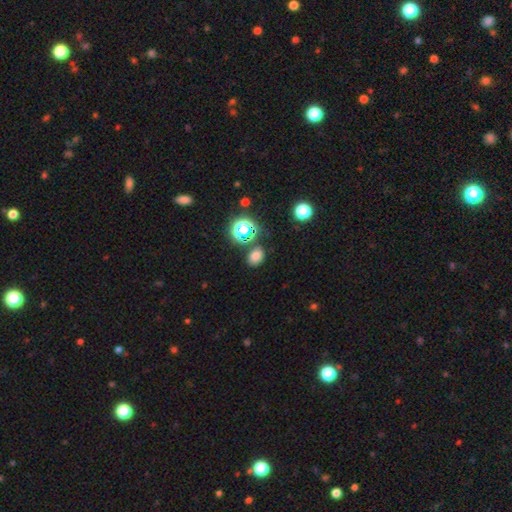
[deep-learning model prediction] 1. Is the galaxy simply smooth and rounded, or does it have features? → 71% smooth, 23% star or artifact, 7% featured or disk.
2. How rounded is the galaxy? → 63% in between, 35% round, 1% cigar-shaped.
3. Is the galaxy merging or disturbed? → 78% none, 12% minor disturbance, 5% merger, 4% major disturbance.